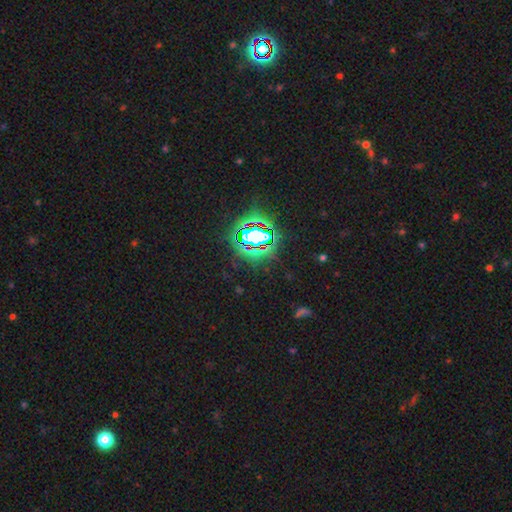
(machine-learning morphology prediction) smooth_or_featured: star or artifact (p=0.84) [alt: smooth p=0.09]